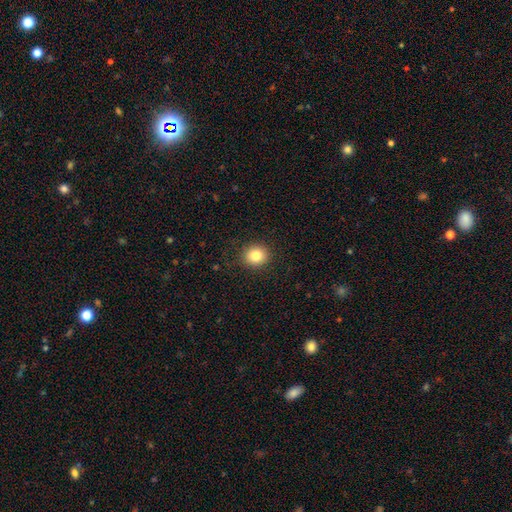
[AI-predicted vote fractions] A smooth galaxy with no disk features (82%) that is round (86%). Merging: none (90%).